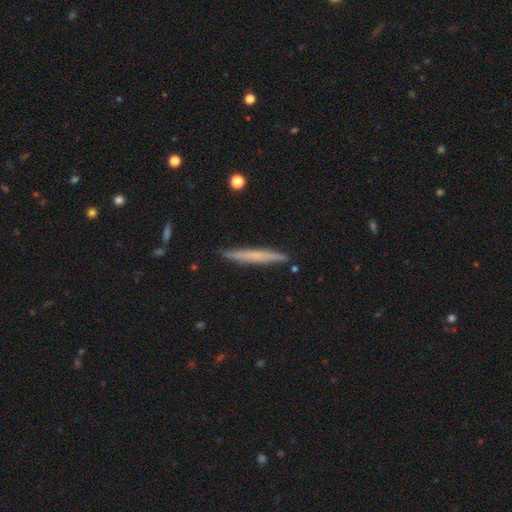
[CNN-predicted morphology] smooth 54%, featured or disk 40%, star or artifact 6%. Down the decision tree: how rounded — cigar-shaped (97%); merging — none (89%).